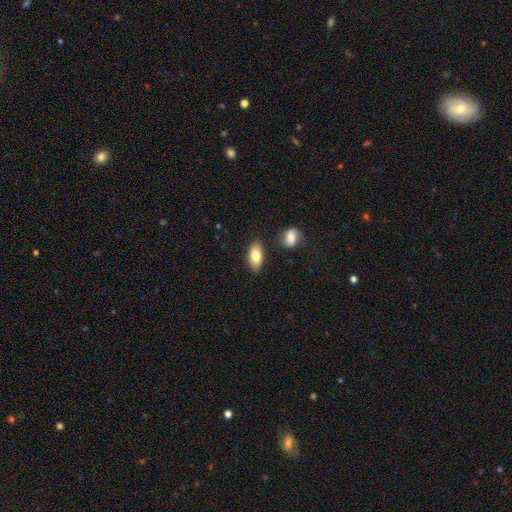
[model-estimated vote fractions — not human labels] This appears to be a smooth galaxy with no disk features (81%) that is in between round and cigar-shaped (89%). Merging: none (82%).